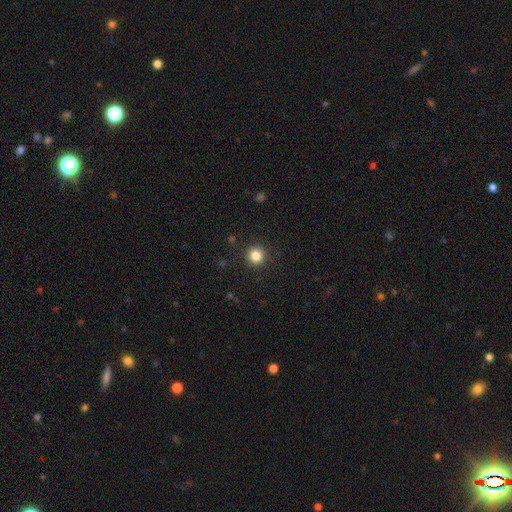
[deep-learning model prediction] smooth 84%, star or artifact 12%, featured or disk 4%. Down the decision tree: how rounded — round (95%); merging — none (92%).